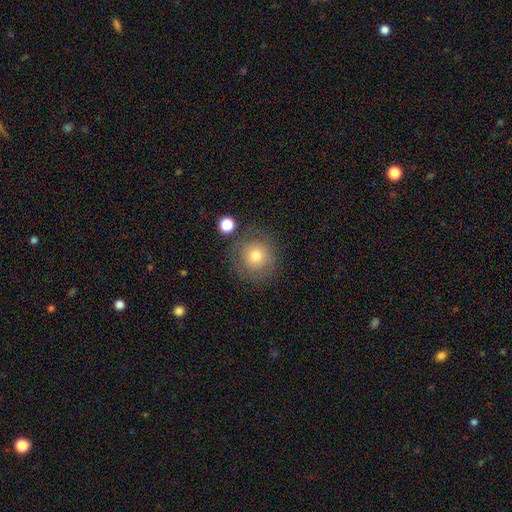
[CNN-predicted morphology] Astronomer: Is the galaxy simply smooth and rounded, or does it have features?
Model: smooth — 73%.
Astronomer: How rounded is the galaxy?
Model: round — 93%.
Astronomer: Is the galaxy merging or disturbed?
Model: none — 76%.